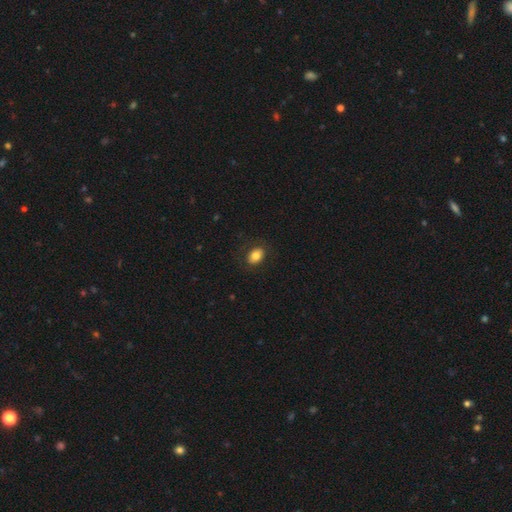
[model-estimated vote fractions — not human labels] Smooth or featured: smooth — 80% (featured or disk — 11%)
How rounded: in between — 70% (round — 29%)
Merging: none — 83% (minor disturbance — 11%)